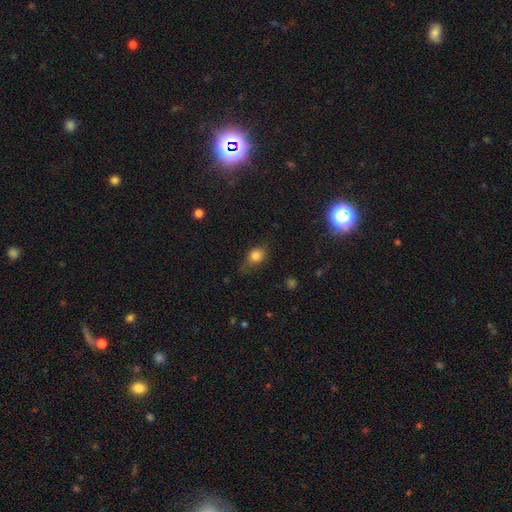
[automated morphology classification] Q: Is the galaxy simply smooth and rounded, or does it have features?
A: smooth — 80%.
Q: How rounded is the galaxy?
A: in between — 60%.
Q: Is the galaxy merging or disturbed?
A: none — 60%.